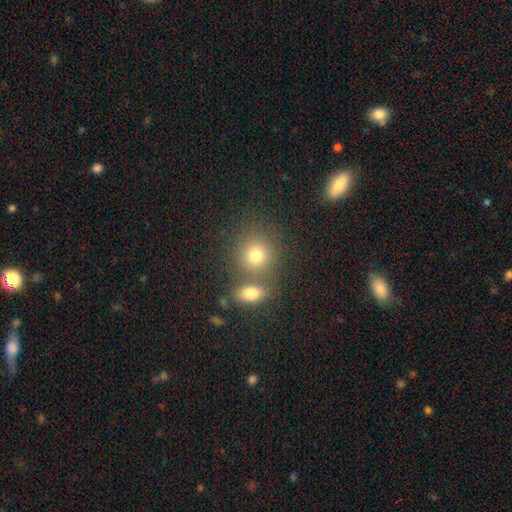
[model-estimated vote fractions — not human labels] Smooth or featured?
  - smooth: 77% *
  - star or artifact: 13%
  - featured or disk: 10%
How rounded?
  - round: 78% *
  - in between: 20%
  - cigar-shaped: 1%
Merging?
  - none: 59% *
  - merger: 28%
  - minor disturbance: 9%
  - major disturbance: 4%